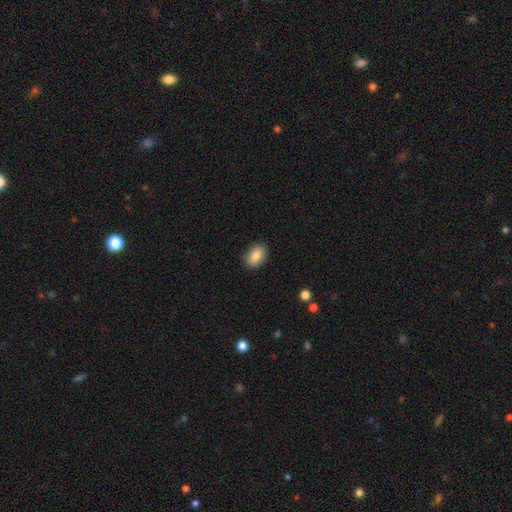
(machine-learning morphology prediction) This is clearly a smooth galaxy (85%). How rounded: clearly in between (86%). Merging: clearly none (86%).